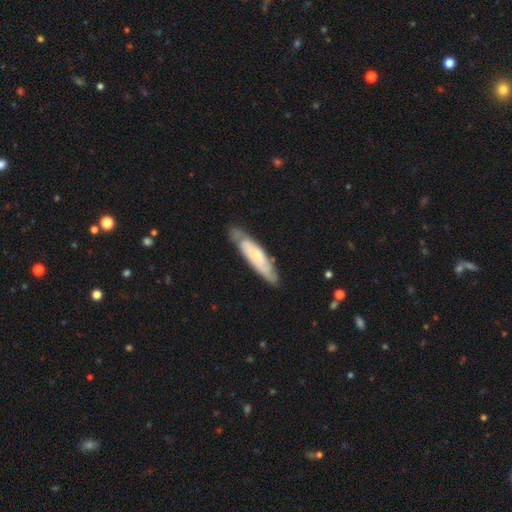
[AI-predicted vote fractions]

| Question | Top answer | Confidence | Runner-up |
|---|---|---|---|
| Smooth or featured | featured or disk | 55% | smooth (40%) |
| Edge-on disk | no | 61% | yes (39%) |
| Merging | none | 74% | minor disturbance (19%) |